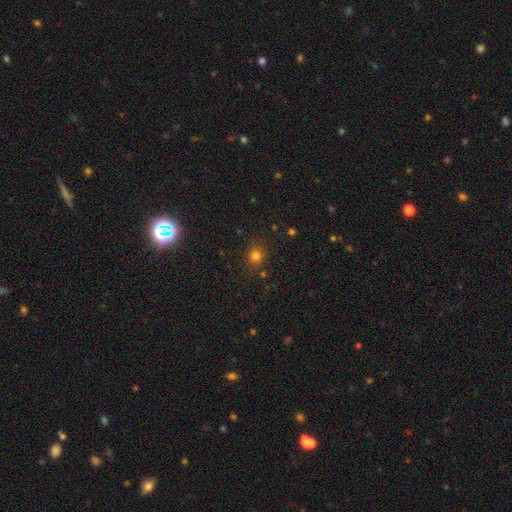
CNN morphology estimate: Overall: smooth (76%). How rounded: round (82%). Merging: none (84%).